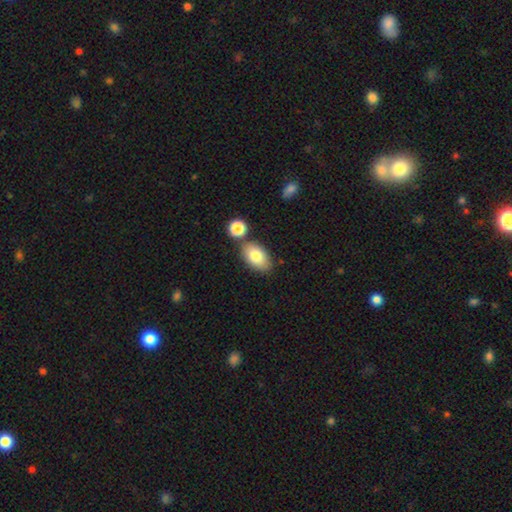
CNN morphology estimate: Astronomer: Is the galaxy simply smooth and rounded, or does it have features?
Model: smooth — 80%.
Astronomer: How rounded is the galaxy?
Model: in between — 91%.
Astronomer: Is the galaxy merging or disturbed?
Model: none — 71%.